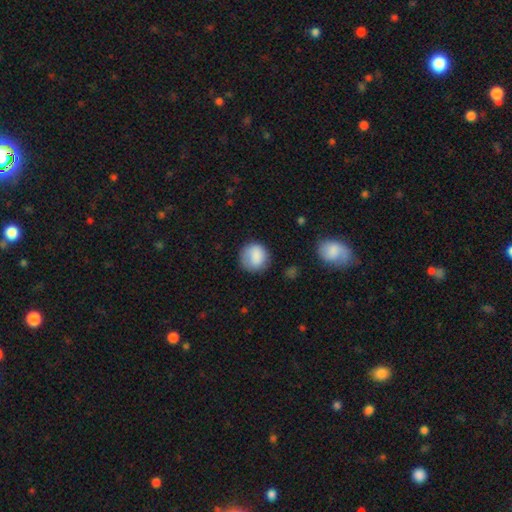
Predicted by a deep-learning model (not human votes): The model was most divided on "merging": none: 77%, minor disturbance: 16%, major disturbance: 6%, merger: 2%. More confident: how rounded — round (86%); smooth or featured — smooth (84%).